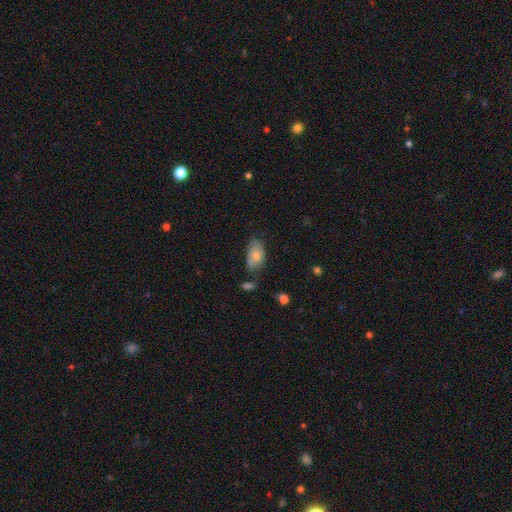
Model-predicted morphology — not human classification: smooth-or-featured: smooth: 63% | featured or disk: 29% | star or artifact: 8%
  how-rounded: in between: 90% | round: 8% | cigar-shaped: 2%
  merging: none: 52% | minor disturbance: 31% | major disturbance: 9% | merger: 8%